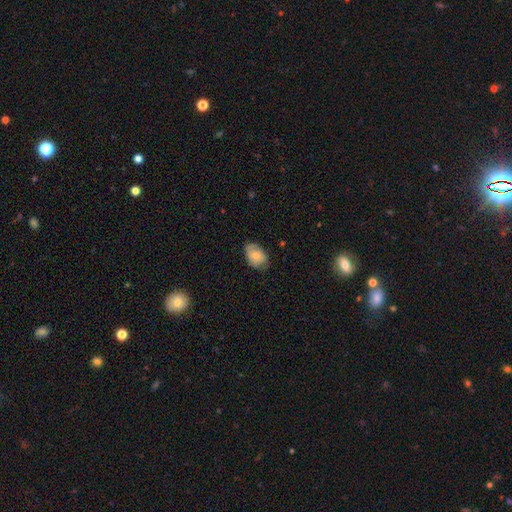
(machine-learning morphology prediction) This appears to be a smooth galaxy with no disk features (73%) that is in between round and cigar-shaped (83%). Merging: none (66%).